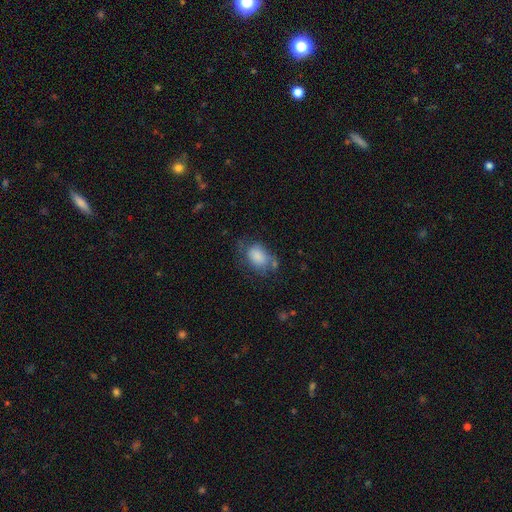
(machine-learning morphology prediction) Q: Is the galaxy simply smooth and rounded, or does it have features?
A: smooth — 78%.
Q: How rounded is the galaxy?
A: in between — 76%.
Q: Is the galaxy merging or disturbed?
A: none — 50%.